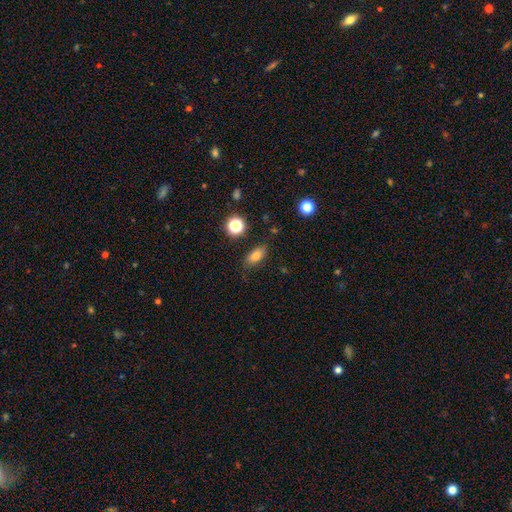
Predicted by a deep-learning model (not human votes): smooth-or-featured: smooth: 77% | star or artifact: 12% | featured or disk: 12%
  how-rounded: in between: 80% | cigar-shaped: 11% | round: 9%
  merging: none: 82% | minor disturbance: 13% | major disturbance: 3% | merger: 2%